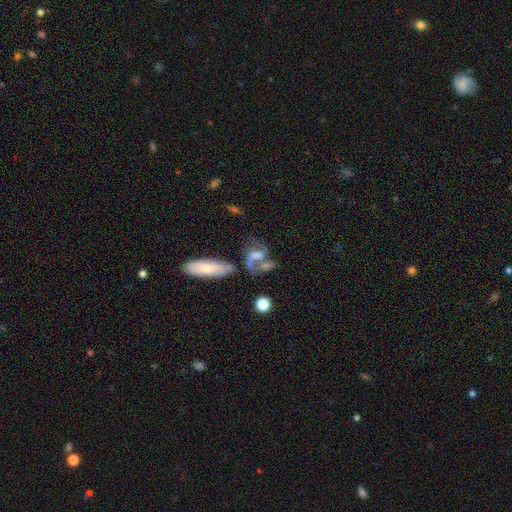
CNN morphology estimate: A featured or disk galaxy (49%).

Vote fractions:
- Smooth or featured? featured or disk: 49% / smooth: 38% / star or artifact: 13%
- Merging? merger: 38% / none: 30% / major disturbance: 18% / minor disturbance: 14%